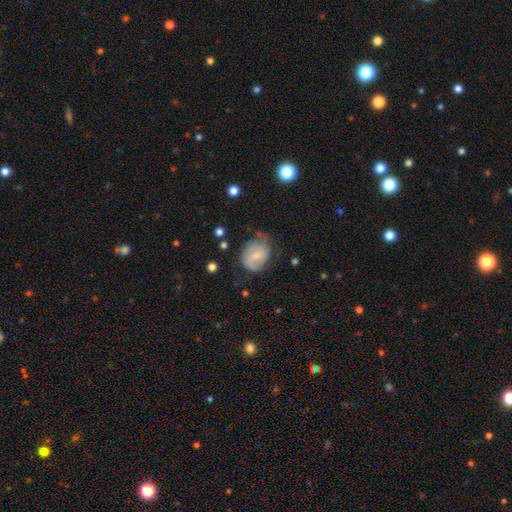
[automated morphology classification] The model was most divided on "how rounded": in between: 52%, round: 47%, cigar-shaped: 1%. More confident: smooth or featured — smooth (53%); merging — none (51%).